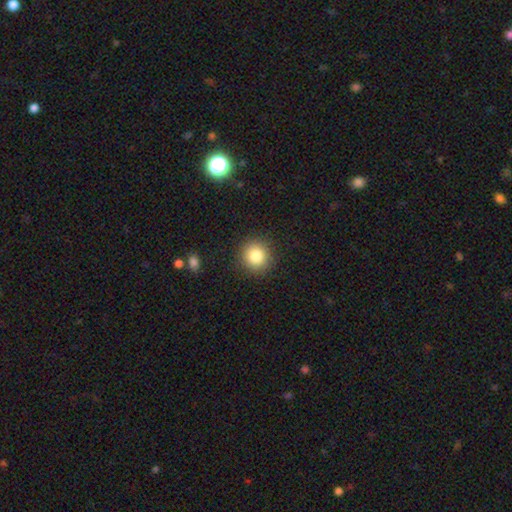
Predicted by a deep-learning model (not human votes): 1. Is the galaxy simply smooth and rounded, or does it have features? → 83% smooth, 11% star or artifact, 7% featured or disk.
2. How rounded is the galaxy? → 91% round, 8% in between, 1% cigar-shaped.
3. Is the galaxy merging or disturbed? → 90% none, 6% minor disturbance, 2% major disturbance, 1% merger.